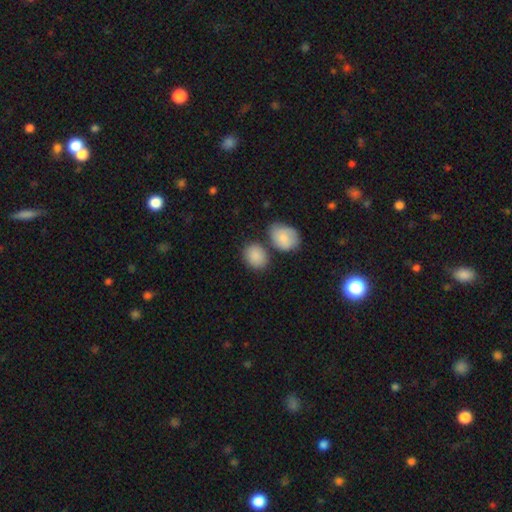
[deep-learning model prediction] smooth-or-featured: smooth: 87% | star or artifact: 6% | featured or disk: 6%
  how-rounded: in between: 52% | round: 47% | cigar-shaped: 1%
  merging: none: 64% | merger: 18% | minor disturbance: 14% | major disturbance: 4%